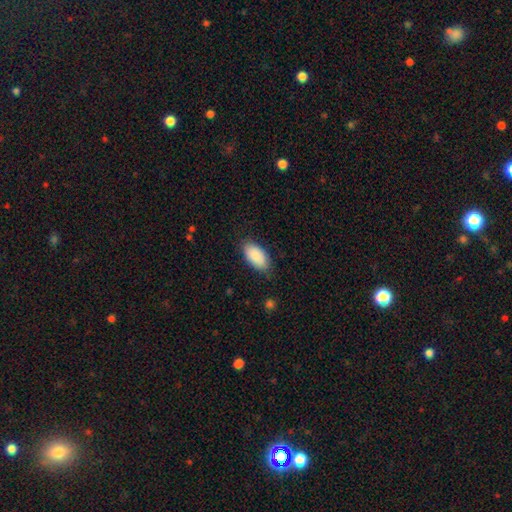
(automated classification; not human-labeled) Morphology: type=smooth (87%); roundness=in between (95%); merging=none (79%).